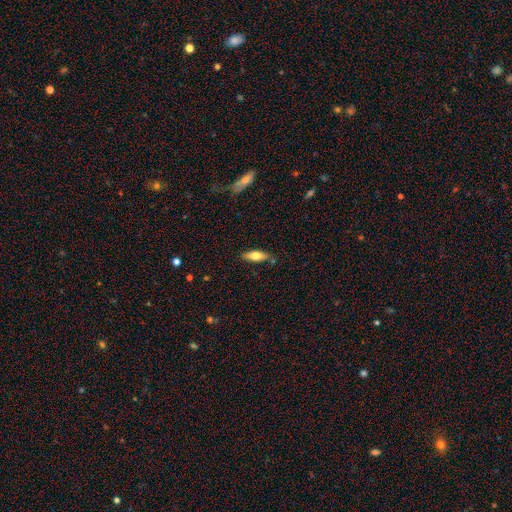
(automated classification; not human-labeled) A smooth galaxy with no disk features (68%) that is in between round and cigar-shaped (64%). Merging: none (81%).